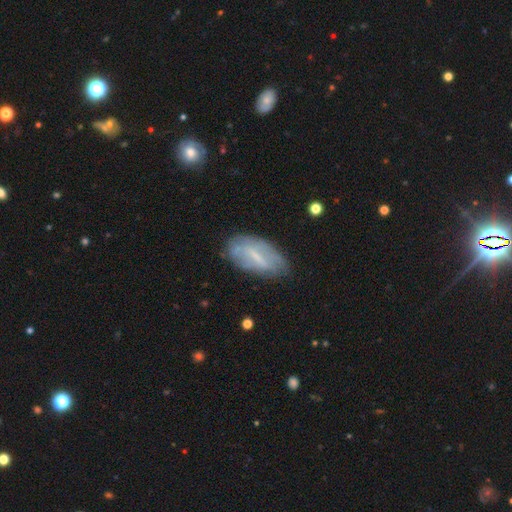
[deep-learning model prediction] This appears to be a featured or disk galaxy (53%). Merging: none (69%).